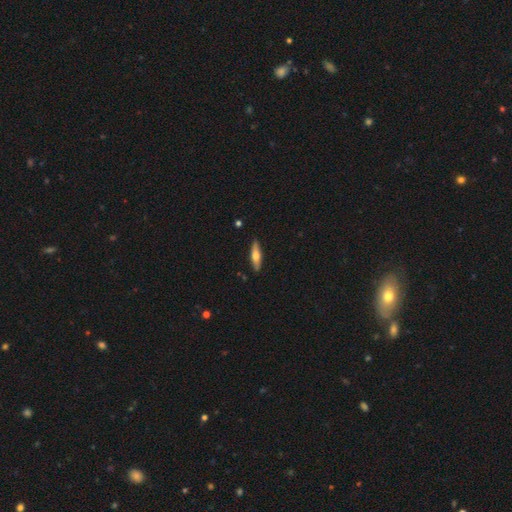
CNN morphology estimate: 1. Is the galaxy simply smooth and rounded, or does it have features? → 52% smooth, 43% featured or disk, 6% star or artifact.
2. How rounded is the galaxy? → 70% cigar-shaped, 28% in between, 2% round.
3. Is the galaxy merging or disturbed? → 89% none, 8% minor disturbance, 2% major disturbance, 1% merger.